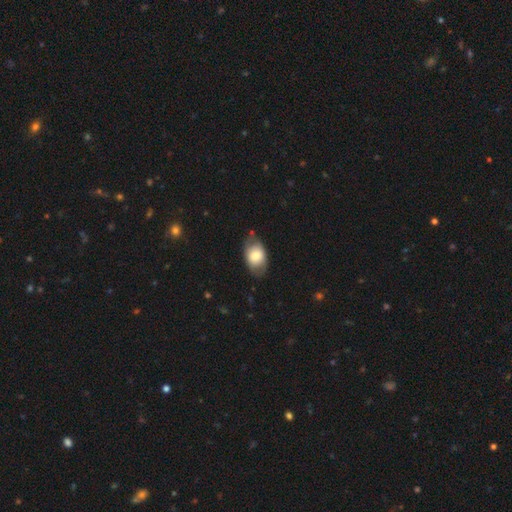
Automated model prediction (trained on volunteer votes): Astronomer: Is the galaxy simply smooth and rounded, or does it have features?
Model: smooth — 73%.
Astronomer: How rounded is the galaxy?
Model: in between — 86%.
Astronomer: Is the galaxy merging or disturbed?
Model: none — 70%.